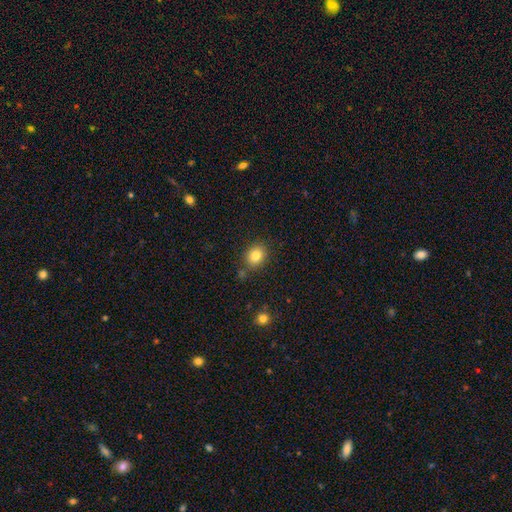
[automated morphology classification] Smooth or featured: smooth — 83% (star or artifact — 10%)
How rounded: round — 53% (in between — 46%)
Merging: none — 80% (minor disturbance — 12%)